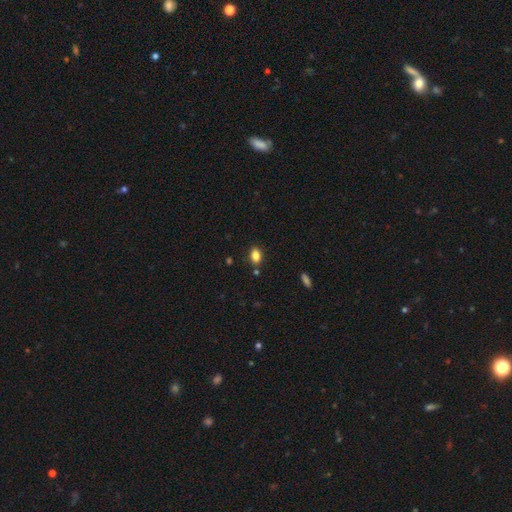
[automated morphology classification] smooth_or_featured: smooth (p=0.85) [alt: star or artifact p=0.10]
how_rounded: in between (p=0.83) [alt: round p=0.16]
merging: none (p=0.82) [alt: minor disturbance p=0.11]